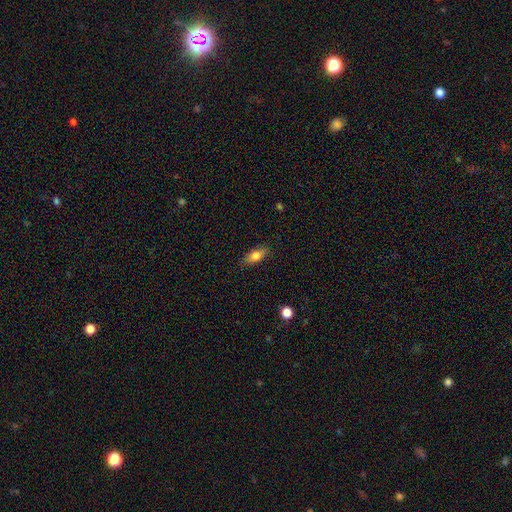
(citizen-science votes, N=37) A smooth galaxy with no disk features (86%) that is in between round and cigar-shaped (84%). Merging: none (89%).